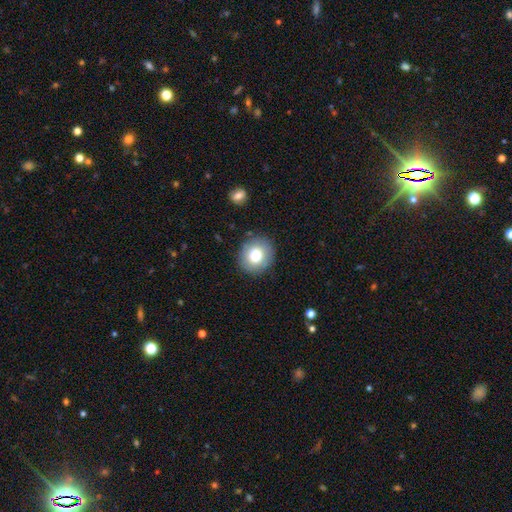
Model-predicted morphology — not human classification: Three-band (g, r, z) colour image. It shows a smooth galaxy with no disk features (75%) that is round (84%). Merging: none (87%).